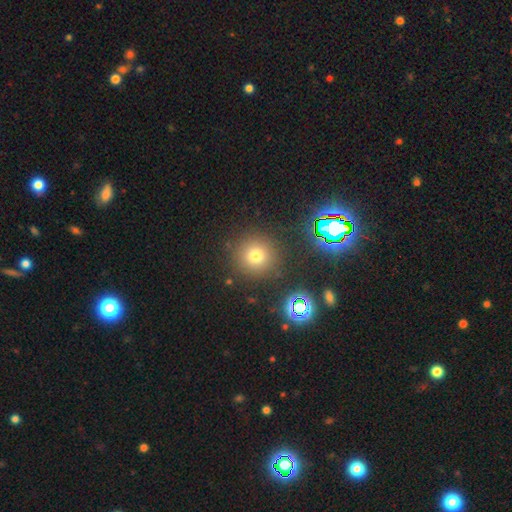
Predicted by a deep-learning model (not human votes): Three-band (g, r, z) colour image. It shows a smooth galaxy with no disk features (71%) that is round (94%). Merging: none (87%).